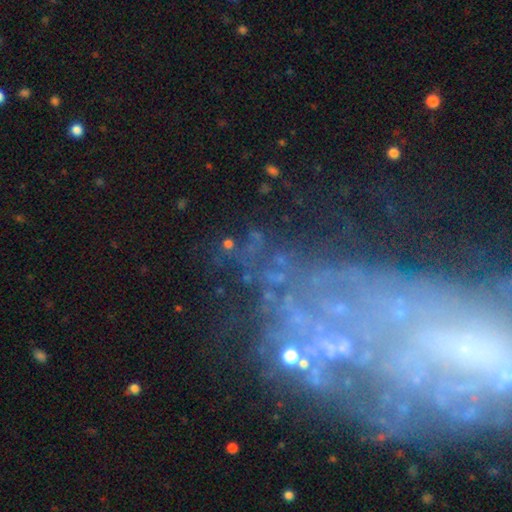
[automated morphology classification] smooth_or_featured: featured or disk (p=0.58) [alt: star or artifact p=0.28]
disk_edge_on: no (p=0.94) [alt: yes p=0.06]
bar: no (p=0.80) [alt: weak p=0.12]
has_spiral_arms: no (p=0.64) [alt: yes p=0.36]
bulge_size: none (p=0.58) [alt: small p=0.28]
merging: none (p=0.44) [alt: major disturbance p=0.28]